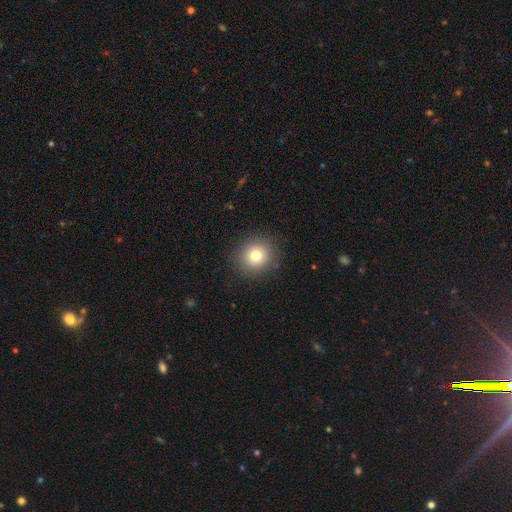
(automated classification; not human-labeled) Smooth or featured: smooth — 78% (star or artifact — 13%)
How rounded: round — 89% (in between — 10%)
Merging: none — 89% (minor disturbance — 7%)